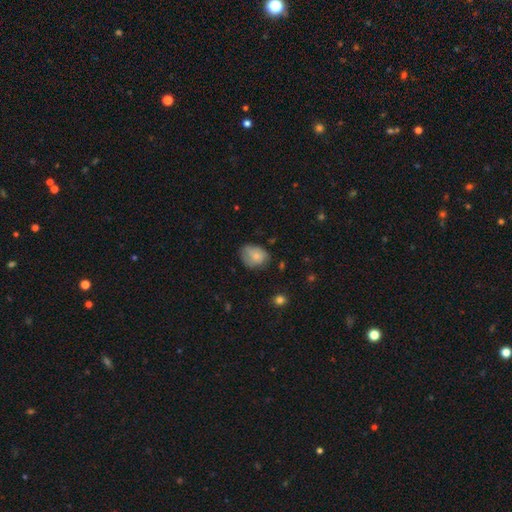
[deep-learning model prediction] A smooth galaxy with no disk features (72%) that is in between round and cigar-shaped (56%). Merging: none (50%).